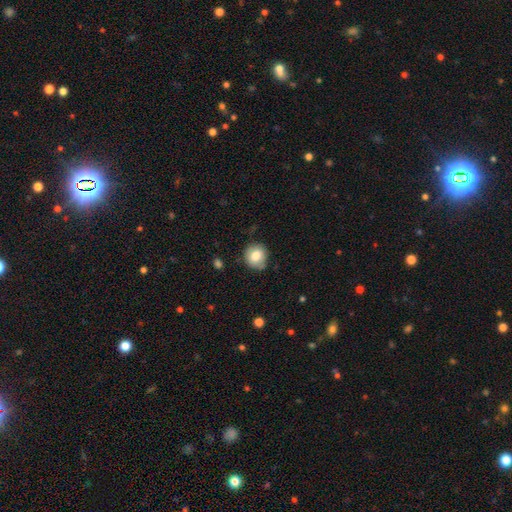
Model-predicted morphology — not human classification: The model was most divided on "merging": none: 77%, minor disturbance: 17%, major disturbance: 4%, merger: 2%. More confident: how rounded — round (84%); smooth or featured — smooth (77%).